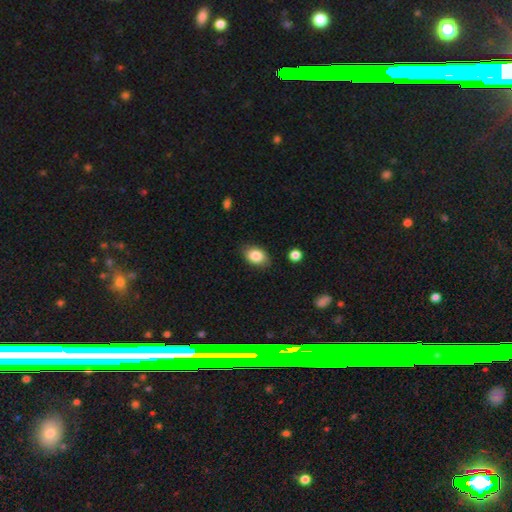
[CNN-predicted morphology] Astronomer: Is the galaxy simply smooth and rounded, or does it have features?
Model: smooth — 84%.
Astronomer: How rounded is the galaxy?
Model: in between — 82%.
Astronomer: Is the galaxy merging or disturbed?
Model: none — 81%.